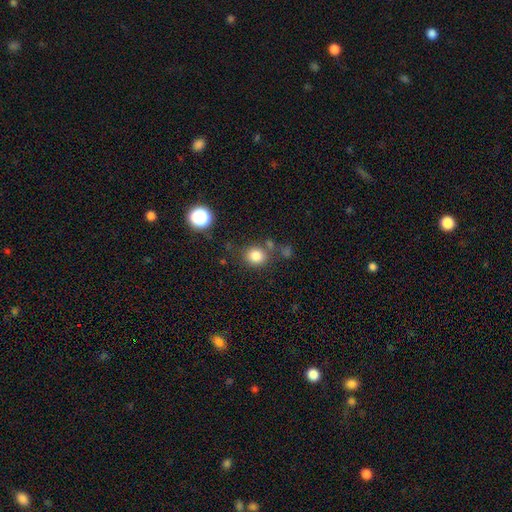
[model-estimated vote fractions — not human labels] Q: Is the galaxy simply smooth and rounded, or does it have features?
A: smooth — 82%.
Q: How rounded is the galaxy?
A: round — 80%.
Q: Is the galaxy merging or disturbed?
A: none — 73%.